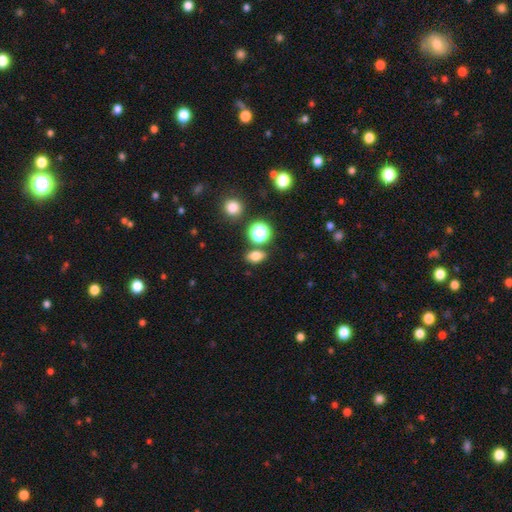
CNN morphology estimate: The model was most divided on "how rounded": in between: 72%, round: 26%, cigar-shaped: 2%. More confident: merging — none (78%); smooth or featured — smooth (74%).